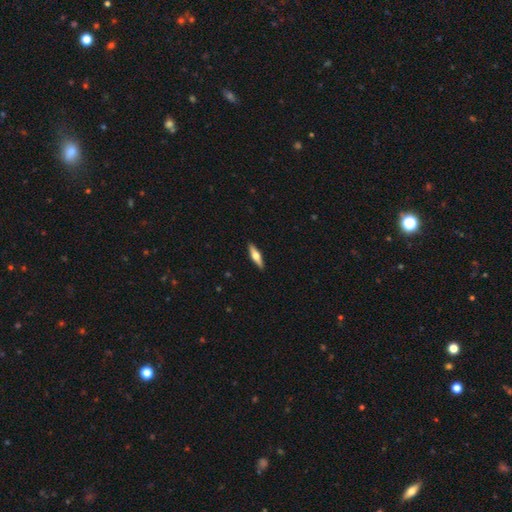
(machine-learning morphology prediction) Smooth or featured? Predicted: featured or disk (p=0.51). Edge-on disk? Predicted: yes (p=0.94). Merging? Predicted: none (p=0.91).